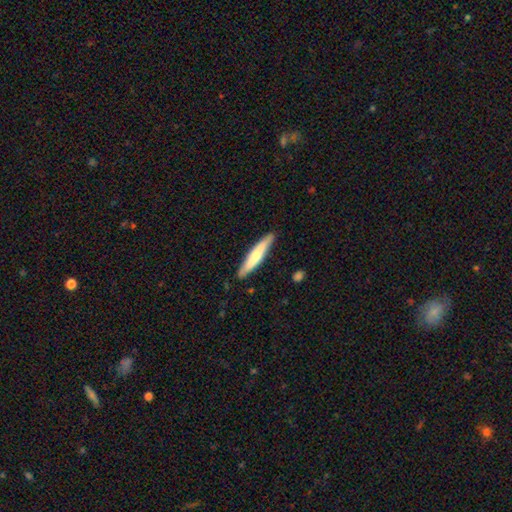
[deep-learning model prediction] smooth_or_featured: smooth (p=0.62) [alt: featured or disk p=0.33]
how_rounded: cigar-shaped (p=0.92) [alt: in between p=0.07]
merging: none (p=0.88) [alt: minor disturbance p=0.10]